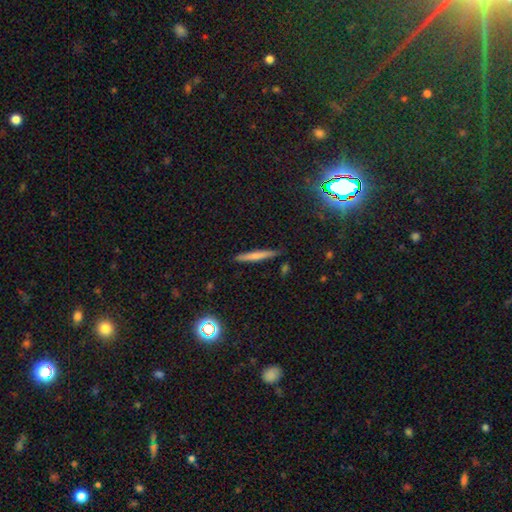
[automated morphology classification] smooth 63%, featured or disk 30%, star or artifact 8%. Down the decision tree: how rounded — cigar-shaped (94%); merging — none (87%).